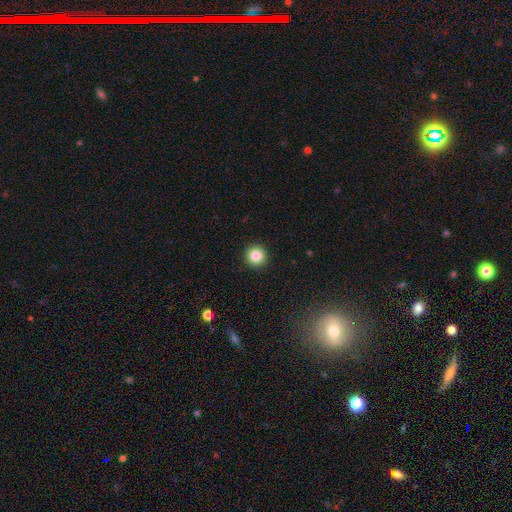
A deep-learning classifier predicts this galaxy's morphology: Overall: smooth (85%). How rounded: round (96%). Merging: none (93%).